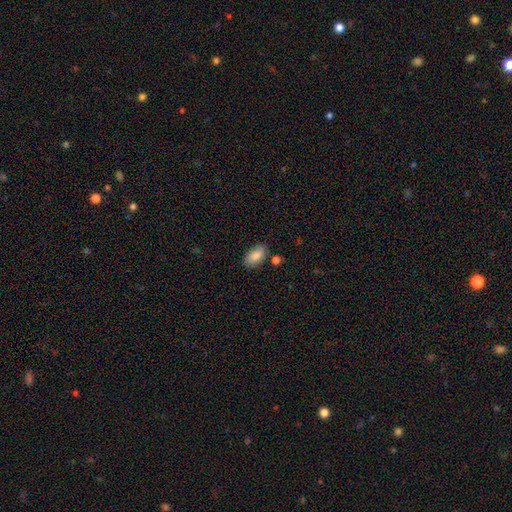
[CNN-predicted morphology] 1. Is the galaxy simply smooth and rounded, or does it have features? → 85% smooth, 8% featured or disk, 7% star or artifact.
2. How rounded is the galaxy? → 93% in between, 4% round, 3% cigar-shaped.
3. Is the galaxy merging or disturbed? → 79% none, 13% minor disturbance, 5% merger, 3% major disturbance.